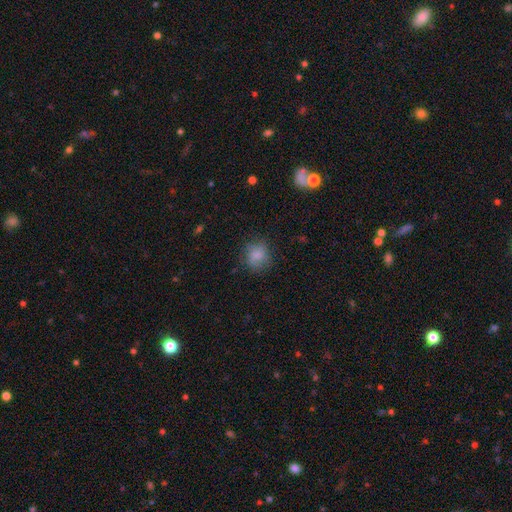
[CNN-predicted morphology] A smooth galaxy with no disk features (78%) that is round (77%). Merging: none (71%).